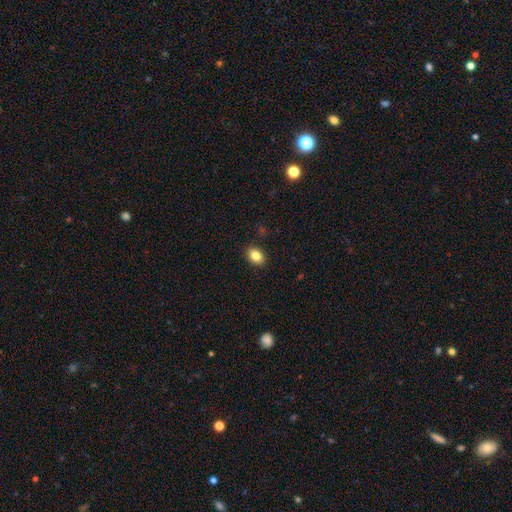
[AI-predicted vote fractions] Smooth or featured: smooth — 84% (star or artifact — 9%)
How rounded: in between — 75% (round — 24%)
Merging: none — 90% (minor disturbance — 7%)